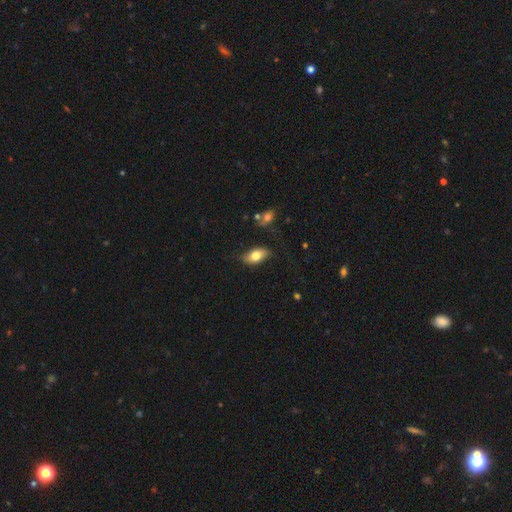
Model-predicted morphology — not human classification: Smooth or featured?
  - smooth: 76% *
  - featured or disk: 17%
  - star or artifact: 7%
How rounded?
  - in between: 90% *
  - cigar-shaped: 5%
  - round: 5%
Merging?
  - none: 75% *
  - minor disturbance: 18%
  - major disturbance: 5%
  - merger: 2%